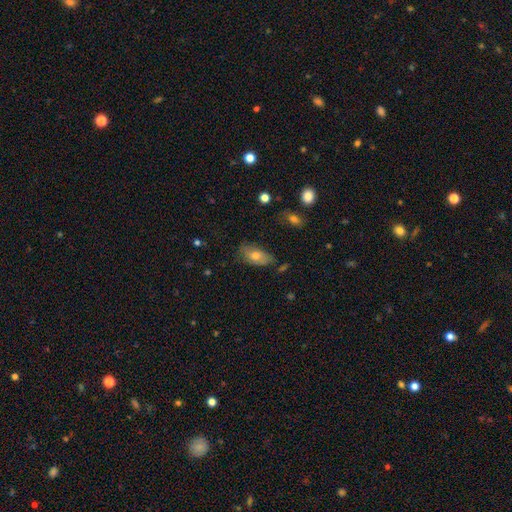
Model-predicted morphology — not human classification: Smooth or featured: smooth — 69% (featured or disk — 23%)
How rounded: in between — 91% (round — 5%)
Merging: none — 66% (minor disturbance — 25%)